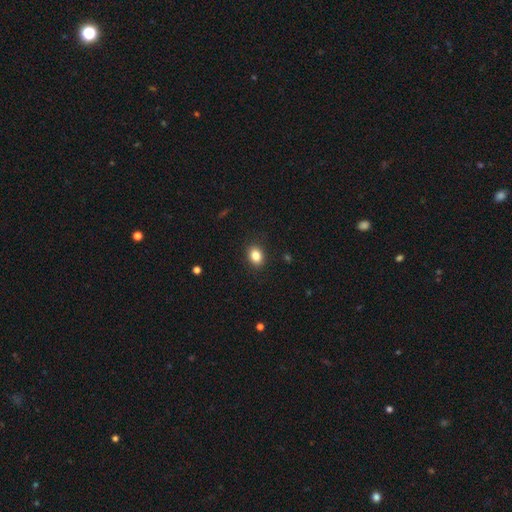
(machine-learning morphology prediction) Smooth or featured?
  - smooth: 85% *
  - star or artifact: 10%
  - featured or disk: 5%
How rounded?
  - in between: 60% *
  - round: 39%
  - cigar-shaped: 1%
Merging?
  - none: 89% *
  - minor disturbance: 8%
  - major disturbance: 2%
  - merger: 1%